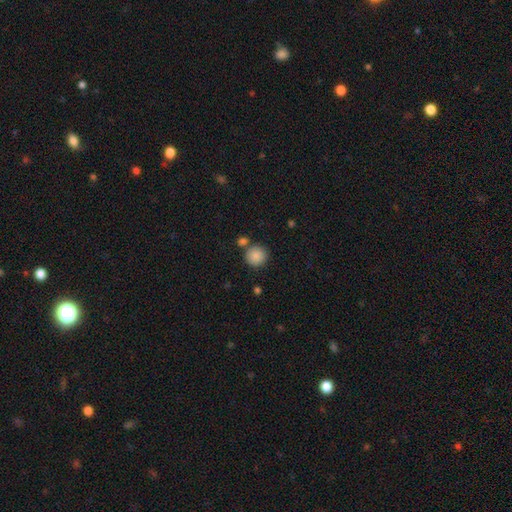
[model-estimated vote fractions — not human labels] The model was most divided on "merging": none: 76%, merger: 13%, minor disturbance: 9%, major disturbance: 3%. More confident: how rounded — round (92%); smooth or featured — smooth (87%).